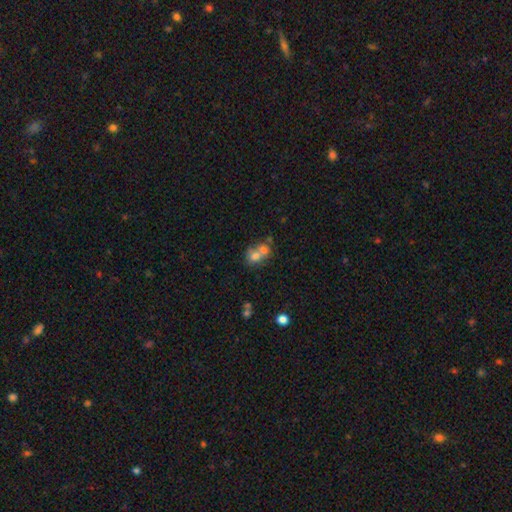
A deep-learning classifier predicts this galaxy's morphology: smooth-or-featured: smooth: 67% | featured or disk: 21% | star or artifact: 12%
  how-rounded: round: 60% | in between: 39% | cigar-shaped: 1%
  merging: merger: 66% | none: 24% | minor disturbance: 6% | major disturbance: 4%